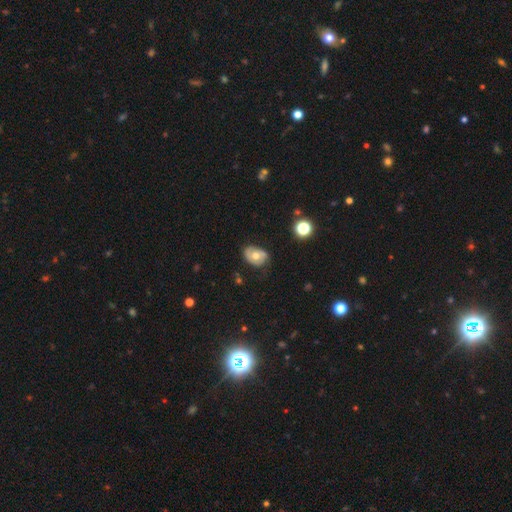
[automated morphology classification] smooth 52%, featured or disk 40%, star or artifact 9%. Down the decision tree: how rounded — in between (70%); merging — none (65%).